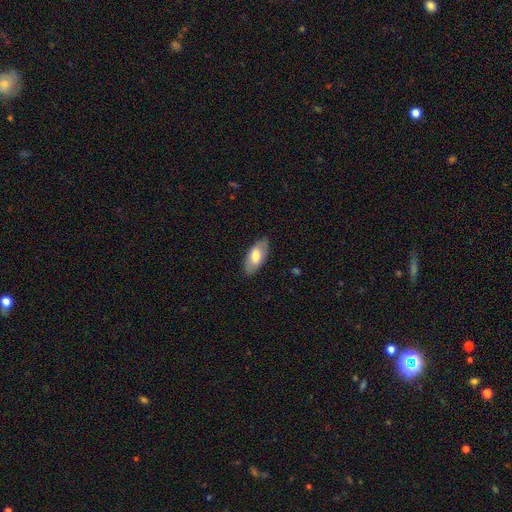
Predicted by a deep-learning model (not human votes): smooth_or_featured: smooth (p=0.65) [alt: featured or disk p=0.29]
how_rounded: in between (p=0.90) [alt: cigar-shaped p=0.08]
merging: none (p=0.84) [alt: minor disturbance p=0.12]